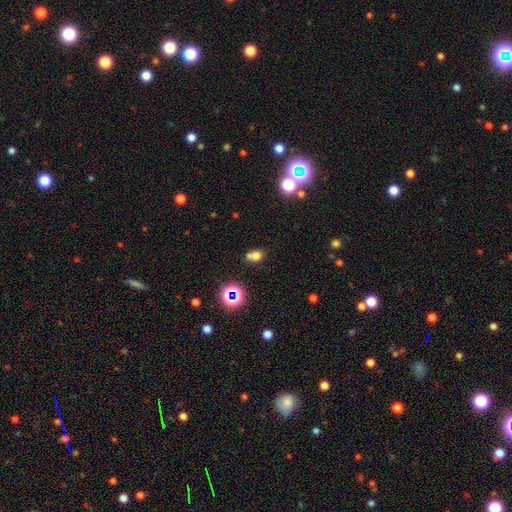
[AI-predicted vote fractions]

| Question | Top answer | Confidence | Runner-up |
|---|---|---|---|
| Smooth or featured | smooth | 68% | star or artifact (20%) |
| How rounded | round | 55% | in between (43%) |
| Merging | none | 42% | tied: merger (42%) |